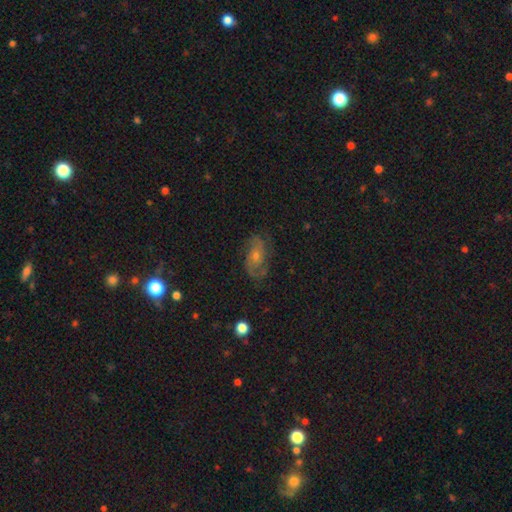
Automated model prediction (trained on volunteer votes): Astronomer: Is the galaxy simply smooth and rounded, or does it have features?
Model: featured or disk — 63%.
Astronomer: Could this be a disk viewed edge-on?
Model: no — 94%.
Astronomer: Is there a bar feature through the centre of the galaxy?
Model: no — 73%.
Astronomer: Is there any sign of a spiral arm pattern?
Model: yes — 86%.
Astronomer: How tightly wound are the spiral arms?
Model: medium — 44% (runner-up: tight, 33%).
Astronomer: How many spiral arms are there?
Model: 2 — 56%.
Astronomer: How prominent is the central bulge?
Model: small — 54% (runner-up: moderate, 39%).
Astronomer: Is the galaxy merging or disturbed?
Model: none — 71%.